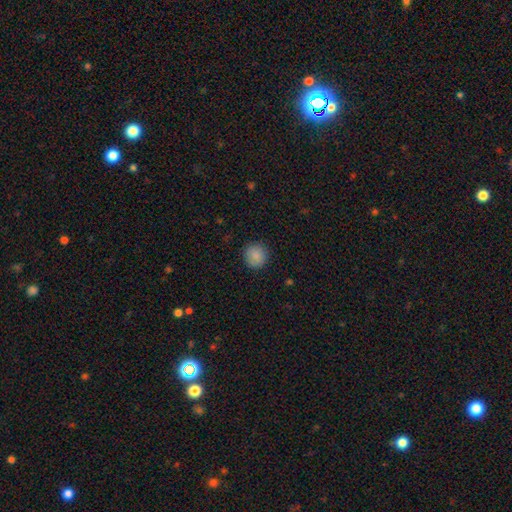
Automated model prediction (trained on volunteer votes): This is clearly a smooth galaxy (85%). How rounded: clearly round (92%). Merging: clearly none (87%).